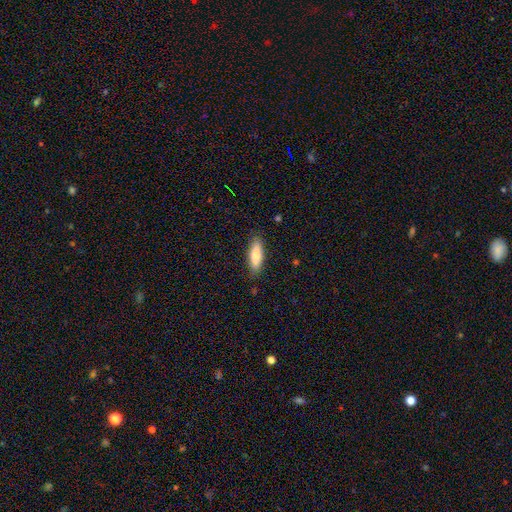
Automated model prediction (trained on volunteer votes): A smooth galaxy with no disk features (76%) that is in between round and cigar-shaped (49%, tied with cigar-shaped).

Vote fractions:
- Smooth or featured? smooth: 76% / featured or disk: 18% / star or artifact: 6%
- How rounded? in between: 49% (tied) / cigar-shaped: 49% (tied) / round: 2%
- Merging? none: 86% / minor disturbance: 11% / major disturbance: 2% / merger: 1%